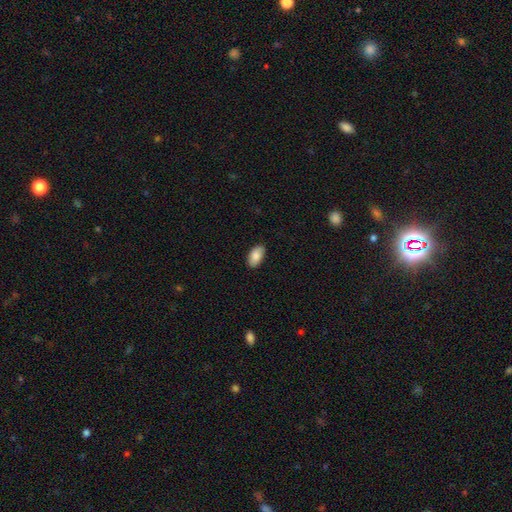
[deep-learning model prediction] Overall: smooth (88%). How rounded: in between (95%). Merging: none (86%).